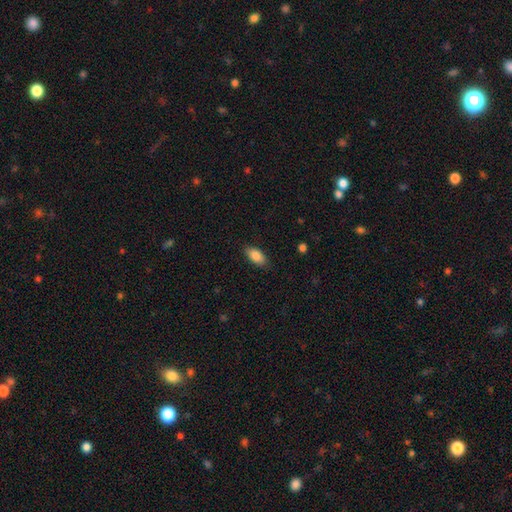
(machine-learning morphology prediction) Smooth or featured? Predicted: smooth (p=0.86). How rounded? Predicted: in between (p=0.92). Merging? Predicted: none (p=0.86).